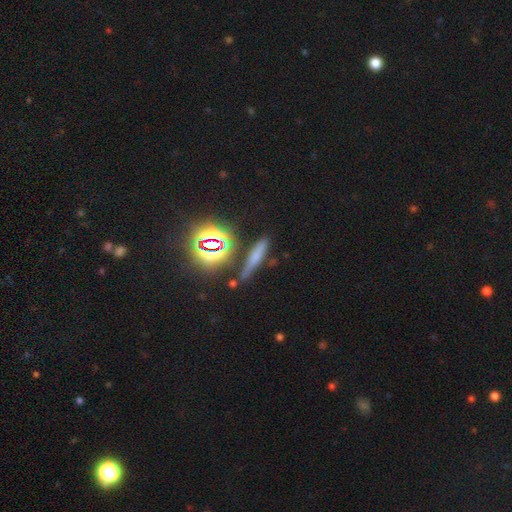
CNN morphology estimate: smooth 53%, star or artifact 27%, featured or disk 20%. Down the decision tree: how rounded — cigar-shaped (79%); merging — none (75%).